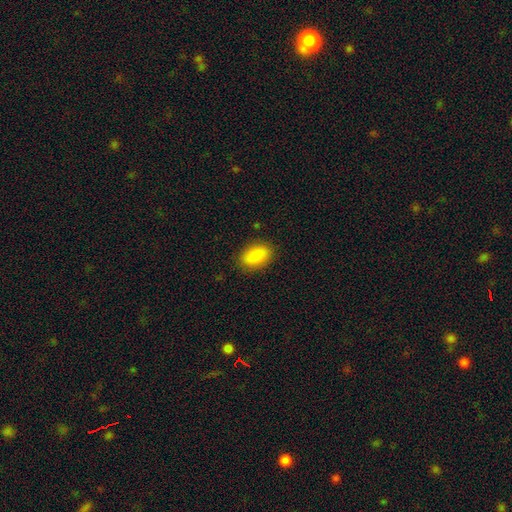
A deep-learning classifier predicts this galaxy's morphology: type=smooth (87%); roundness=in between (89%); merging=none (86%).